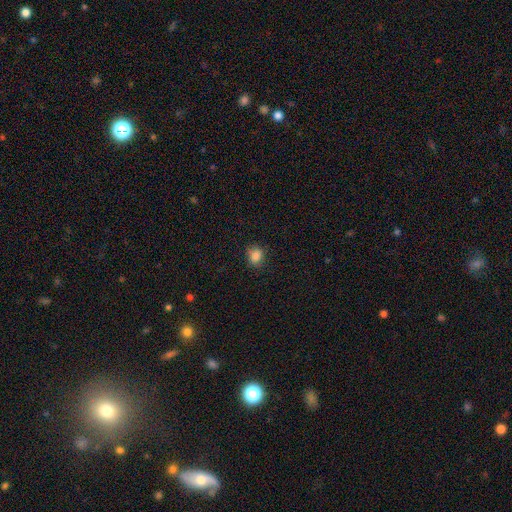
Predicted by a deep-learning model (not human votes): smooth-or-featured: smooth: 84% | star or artifact: 11% | featured or disk: 4%
  how-rounded: round: 65% | in between: 34% | cigar-shaped: 1%
  merging: none: 78% | minor disturbance: 17% | major disturbance: 4% | merger: 1%